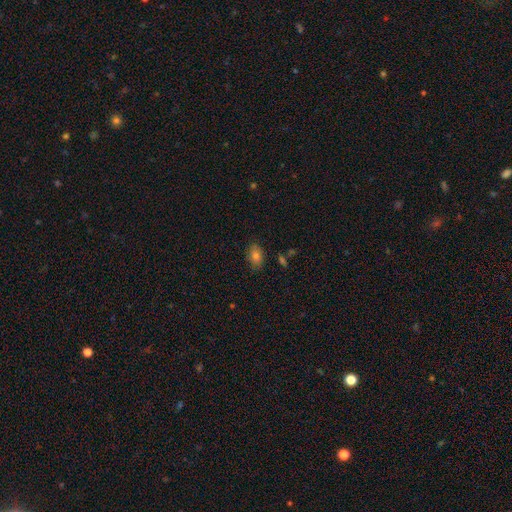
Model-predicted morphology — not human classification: Smooth or featured: smooth — 73% (star or artifact — 15%)
How rounded: in between — 79% (round — 19%)
Merging: none — 83% (minor disturbance — 13%)